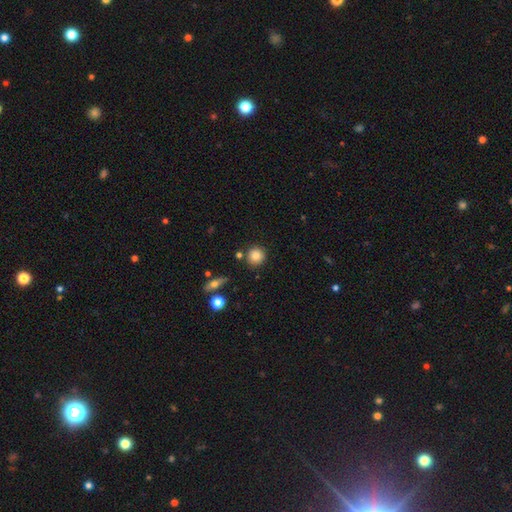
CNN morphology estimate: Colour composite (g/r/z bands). It shows a smooth galaxy with no disk features (84%) that is round (92%). Merging: none (83%).